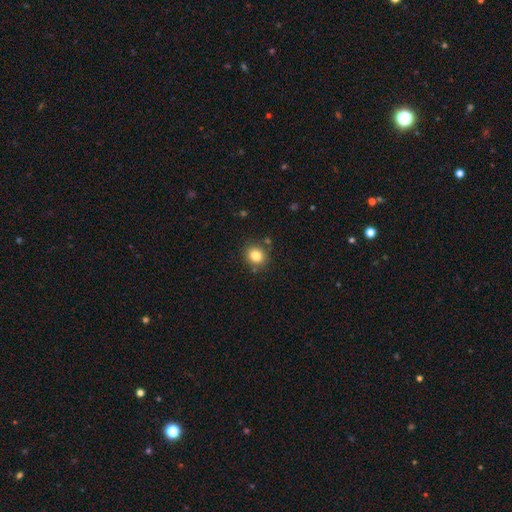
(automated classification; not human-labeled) This is clearly a smooth galaxy (84%). How rounded: likely round (77%). Merging: clearly none (82%).